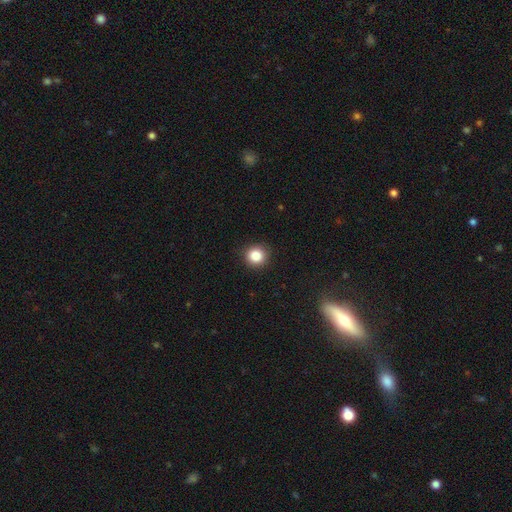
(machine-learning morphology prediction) smooth-or-featured: smooth: 85% | star or artifact: 11% | featured or disk: 5%
  how-rounded: round: 92% | in between: 7% | cigar-shaped: 1%
  merging: none: 91% | minor disturbance: 6% | major disturbance: 2% | merger: 1%